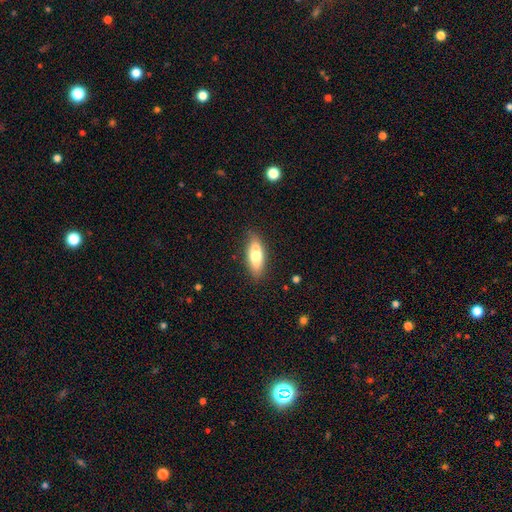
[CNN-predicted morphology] The model was most divided on "how rounded": in between: 64%, cigar-shaped: 34%, round: 2%. More confident: merging — none (79%); smooth or featured — smooth (68%).